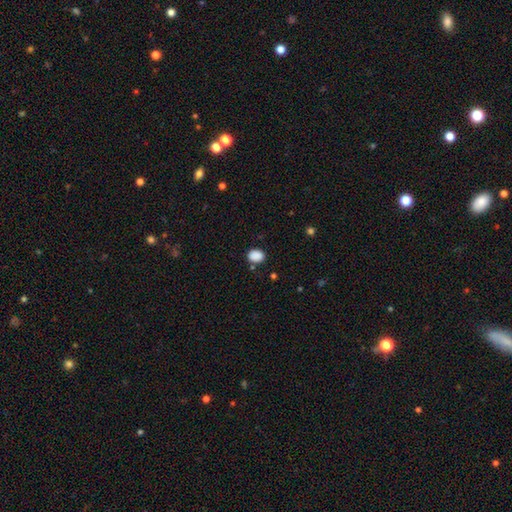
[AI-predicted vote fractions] smooth 88%, star or artifact 9%, featured or disk 3%. Down the decision tree: how rounded — in between (62%); merging — none (81%).